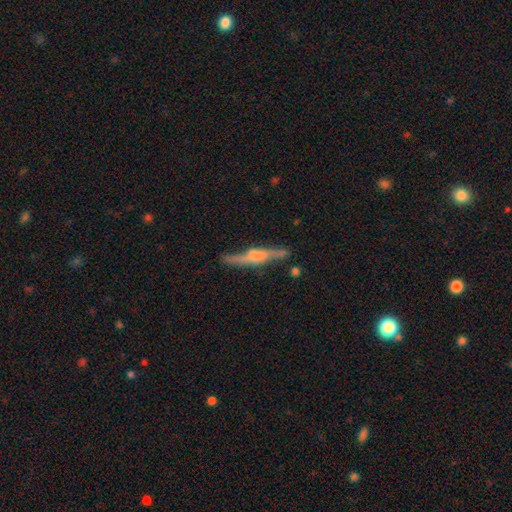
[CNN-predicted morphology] This appears to be a featured or disk galaxy (73%) viewed edge-on (91%) with a rounded central bulge (69%). Merging: none (76%).